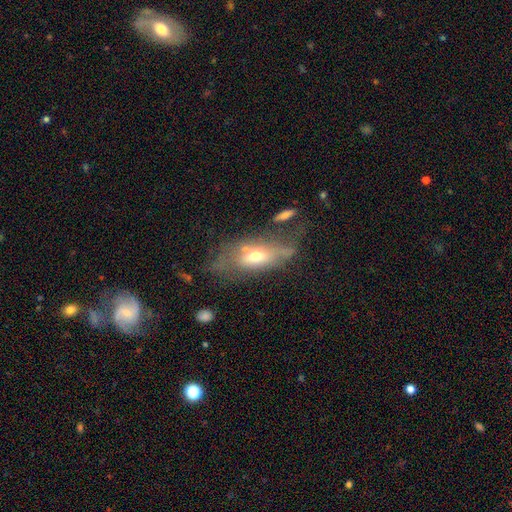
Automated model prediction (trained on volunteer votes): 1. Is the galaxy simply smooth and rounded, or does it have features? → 49% smooth, 42% featured or disk, 9% star or artifact.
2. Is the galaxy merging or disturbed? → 36% none, 27% major disturbance, 25% minor disturbance, 12% merger.